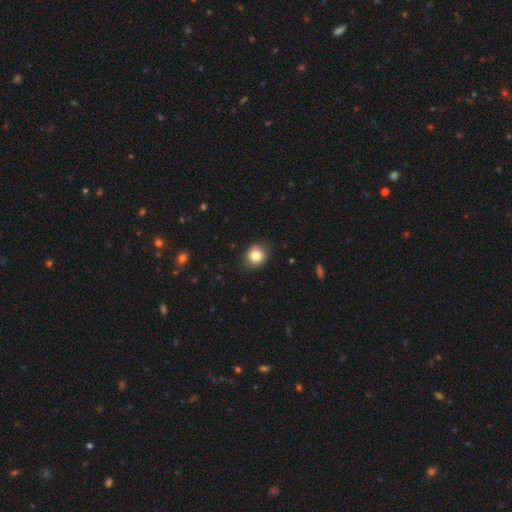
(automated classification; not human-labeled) This is clearly a smooth galaxy (83%). How rounded: likely round (65%). Merging: likely none (80%).